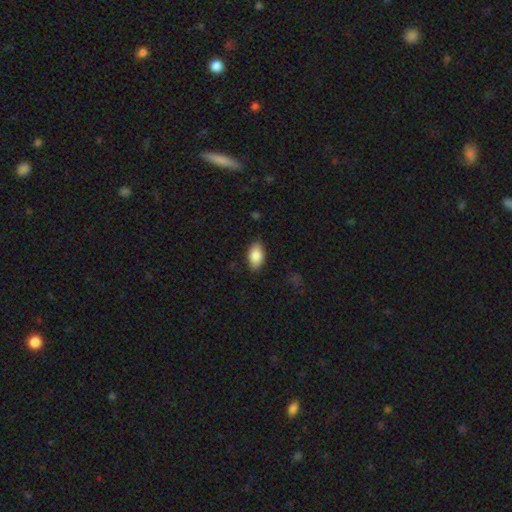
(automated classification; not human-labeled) smooth 86%, featured or disk 8%, star or artifact 7%. Down the decision tree: how rounded — in between (93%); merging — none (86%).